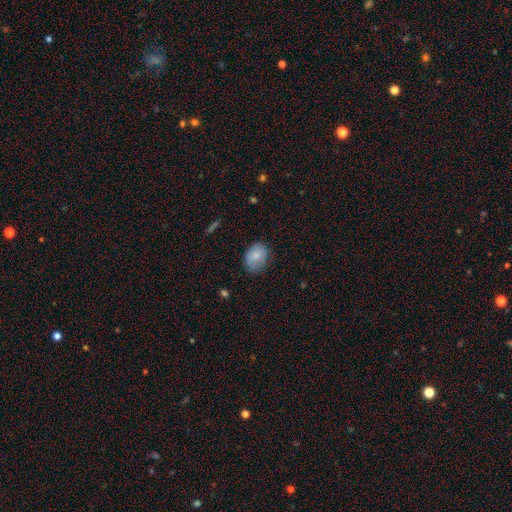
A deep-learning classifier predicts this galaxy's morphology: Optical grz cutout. It shows a smooth galaxy with no disk features (81%) that is in between round and cigar-shaped (65%). Merging: none (75%).